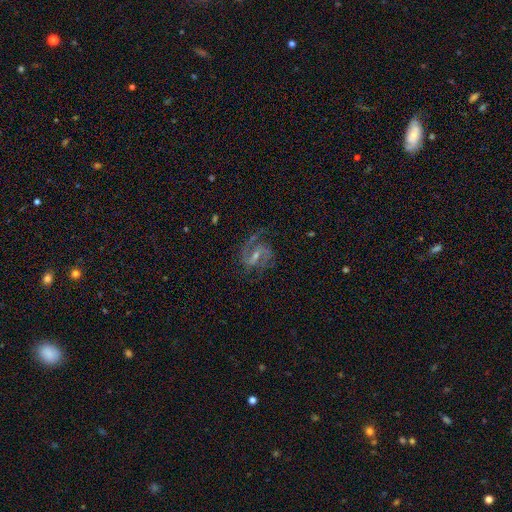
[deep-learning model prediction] featured or disk 88%, smooth 6%, star or artifact 6%. Down the decision tree: edge-on disk — no (98%); bar — weak (50%); spiral arms — yes (97%); spiral arm count — 2 (88%); spiral winding — medium (59%); bulge size — small (52%); merging — none (72%).